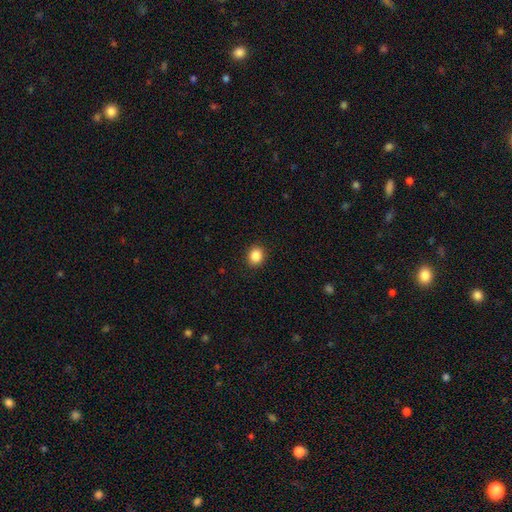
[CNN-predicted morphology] The model was most divided on "how rounded": round: 69%, in between: 30%, cigar-shaped: 1%. More confident: merging — none (90%); smooth or featured — smooth (87%).